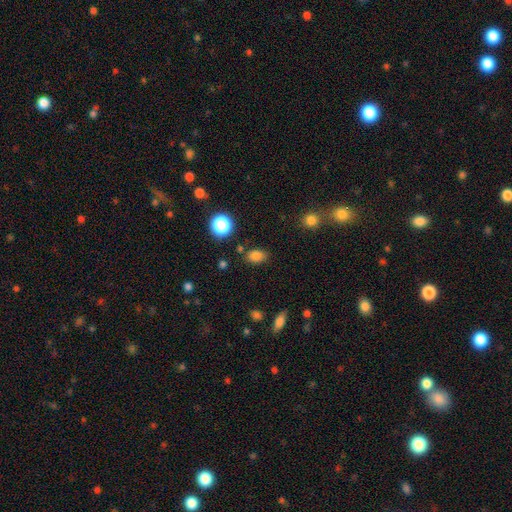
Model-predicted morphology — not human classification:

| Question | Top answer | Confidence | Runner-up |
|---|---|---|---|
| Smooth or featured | smooth | 81% | star or artifact (14%) |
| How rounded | in between | 76% | round (22%) |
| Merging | none | 81% | minor disturbance (12%) |